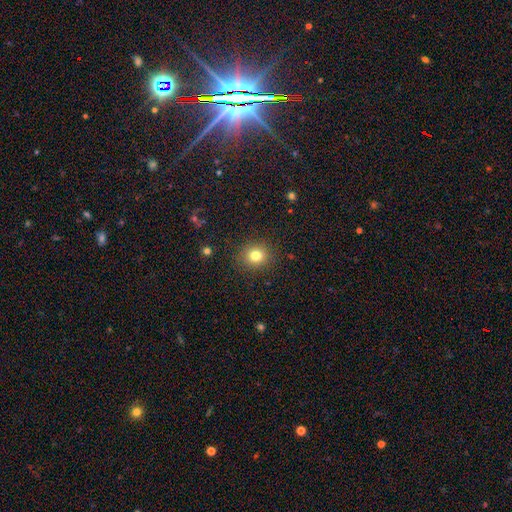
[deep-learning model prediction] This appears to be a smooth galaxy with no disk features (79%) that is round (84%). Merging: none (90%).